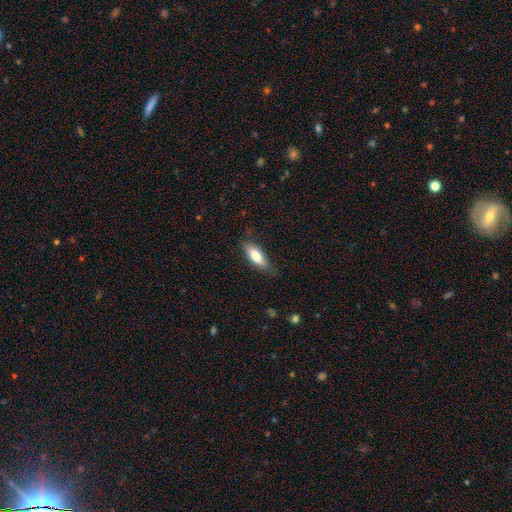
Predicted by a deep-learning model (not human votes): This appears to be a smooth galaxy with no disk features (74%) that is in between round and cigar-shaped (70%). Merging: none (78%).